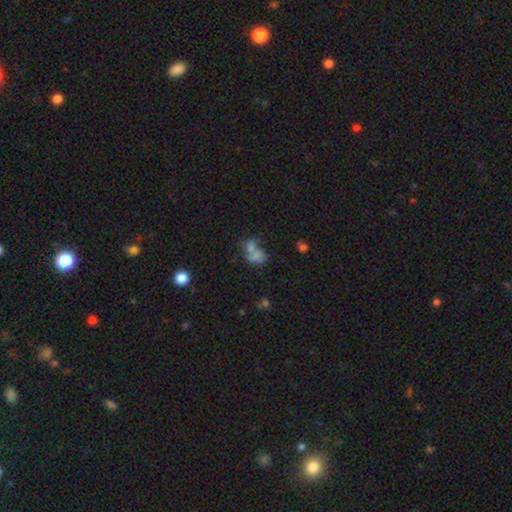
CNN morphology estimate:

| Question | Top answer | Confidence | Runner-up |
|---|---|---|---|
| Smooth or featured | smooth | 65% | featured or disk (19%) |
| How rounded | in between | 73% | round (25%) |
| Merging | merger | 60% | none (22%) |